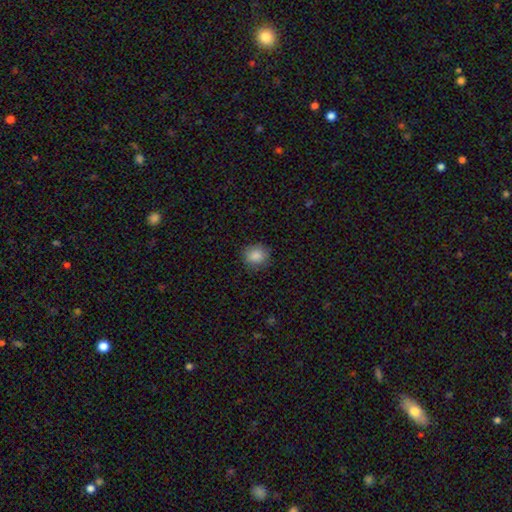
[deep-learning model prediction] Smooth or featured: smooth — 86% (star or artifact — 9%)
How rounded: round — 76% (in between — 23%)
Merging: none — 87% (minor disturbance — 10%)